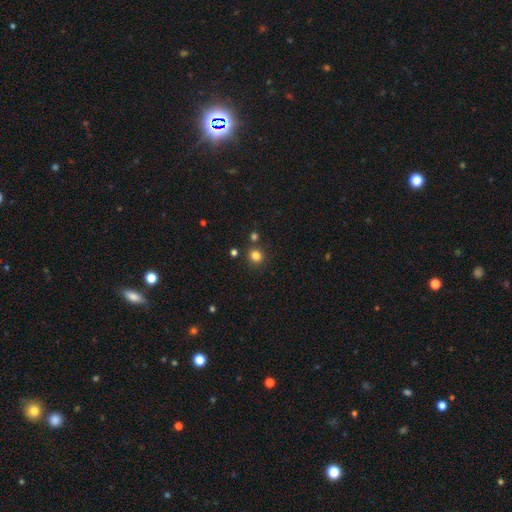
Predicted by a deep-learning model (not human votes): Smooth or featured?
  - smooth: 81% *
  - star or artifact: 14%
  - featured or disk: 5%
How rounded?
  - round: 85% *
  - in between: 14%
  - cigar-shaped: 1%
Merging?
  - none: 82% *
  - minor disturbance: 8%
  - merger: 8%
  - major disturbance: 3%